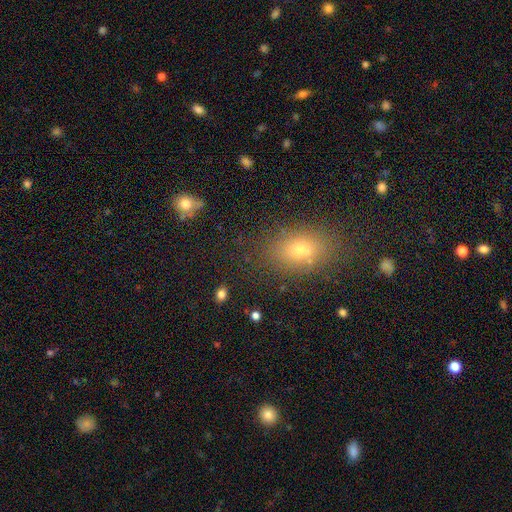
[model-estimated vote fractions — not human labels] Morphology: type=smooth (68%); roundness=in between (76%); merging=none (87%).